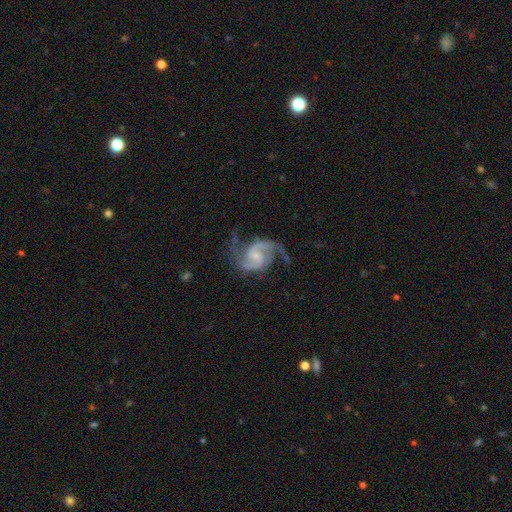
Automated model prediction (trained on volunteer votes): smooth-or-featured: featured or disk: 92% | star or artifact: 4% | smooth: 4%
  disk-edge-on: no: 98% | yes: 2%
    bar: weak: 51% | no: 36% | strong: 13%
    has-spiral-arms: yes: 98% | no: 2%
      spiral-winding: medium: 54% | loose: 34% | tight: 12%
      spiral-arm-count: 2: 91% | 3: 2% | can't tell: 2% | 1: 2% | 4: 1% | more than 4: 1%
    bulge-size: small: 61% | moderate: 25% | none: 11% | large: 2% | dominant: 1%
  merging: none: 65% | minor disturbance: 19% | major disturbance: 14% | merger: 2%